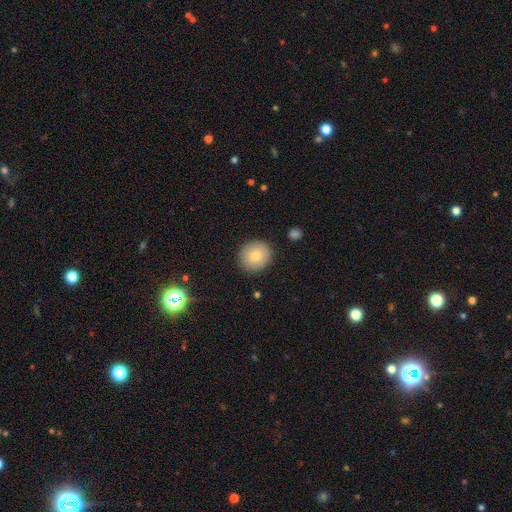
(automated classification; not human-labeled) smooth-or-featured: smooth: 79% | featured or disk: 12% | star or artifact: 9%
  how-rounded: round: 85% | in between: 14% | cigar-shaped: 1%
  merging: none: 88% | minor disturbance: 8% | major disturbance: 2% | merger: 1%